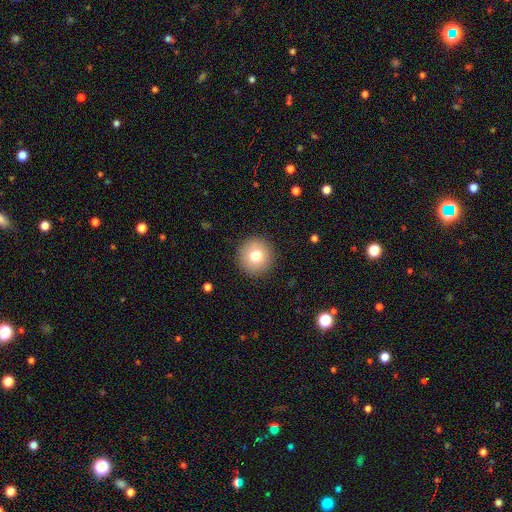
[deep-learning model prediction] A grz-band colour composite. It shows a smooth galaxy with no disk features (77%) that is round (96%). Merging: none (92%).